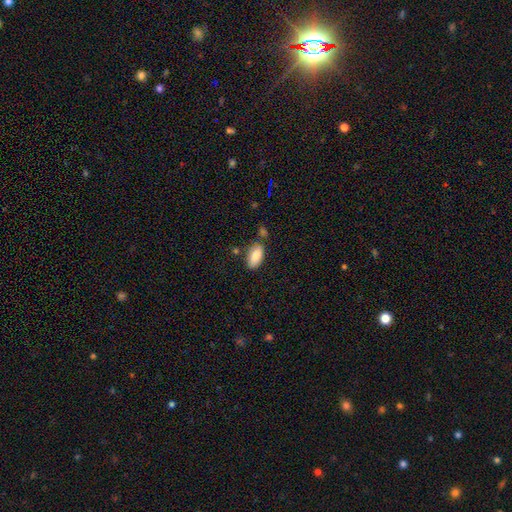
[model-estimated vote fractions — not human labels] smooth_or_featured: smooth (p=0.84) [alt: featured or disk p=0.09]
how_rounded: in between (p=0.91) [alt: cigar-shaped p=0.06]
merging: none (p=0.74) [alt: minor disturbance p=0.15]